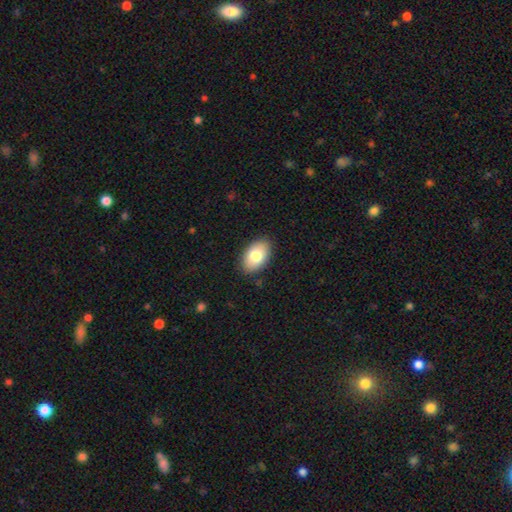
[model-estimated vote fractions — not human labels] Smooth or featured?
  - smooth: 79% *
  - featured or disk: 15%
  - star or artifact: 7%
How rounded?
  - in between: 92% *
  - round: 7%
  - cigar-shaped: 1%
Merging?
  - none: 87% *
  - minor disturbance: 10%
  - major disturbance: 2%
  - merger: 1%